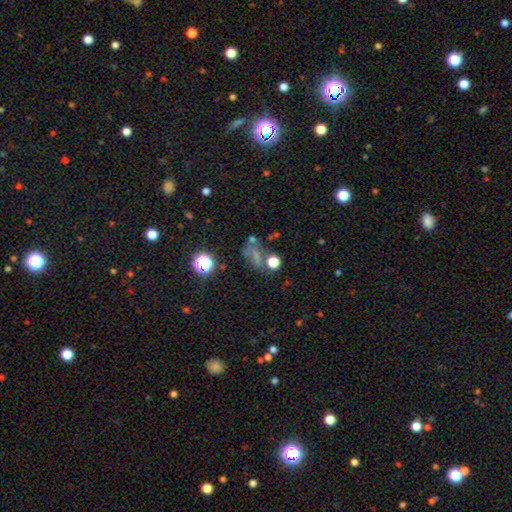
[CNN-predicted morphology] Smooth or featured? smooth (42%)
Merging? none (43%)